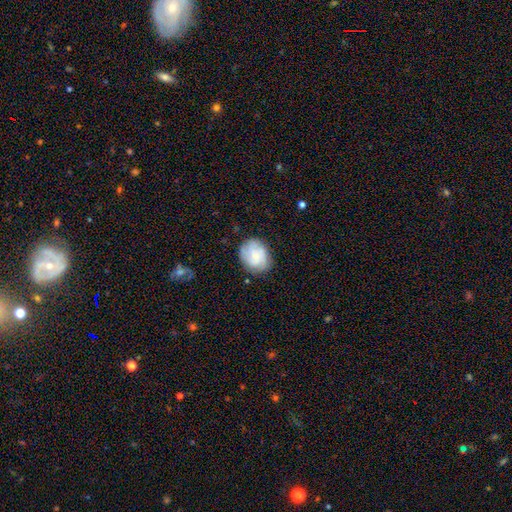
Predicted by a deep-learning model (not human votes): featured or disk 54%, smooth 38%, star or artifact 8%. Down the decision tree: edge-on disk — no (98%); bar — no (67%); spiral arms — yes (89%); bulge size — small (53%); merging — none (76%).